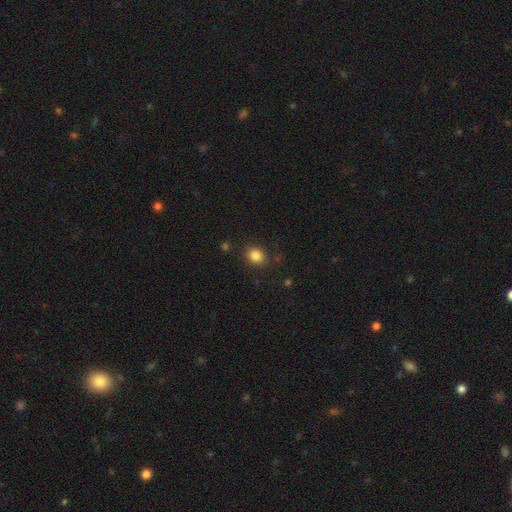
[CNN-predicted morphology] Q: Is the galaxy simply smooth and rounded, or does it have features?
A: smooth — 84%.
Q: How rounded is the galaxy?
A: round — 70%.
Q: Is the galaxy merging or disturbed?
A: none — 85%.